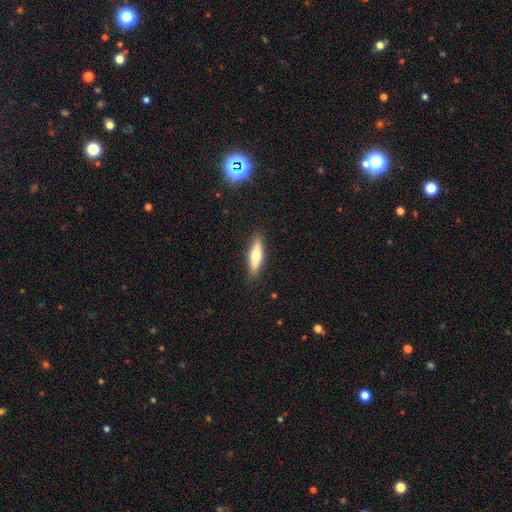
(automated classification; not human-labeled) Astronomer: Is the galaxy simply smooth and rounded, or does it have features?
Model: smooth — 62%.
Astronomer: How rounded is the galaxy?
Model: cigar-shaped — 63%.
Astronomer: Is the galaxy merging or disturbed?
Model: none — 88%.